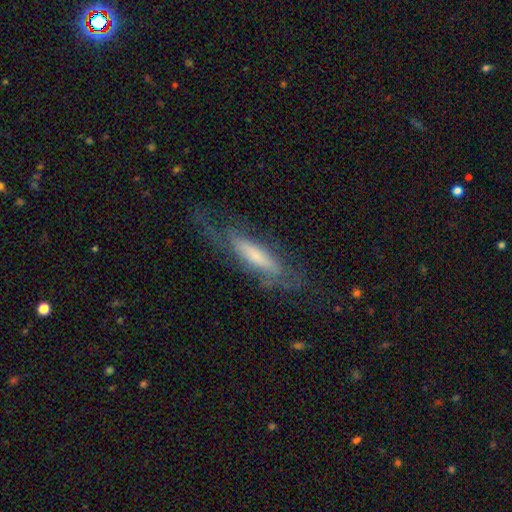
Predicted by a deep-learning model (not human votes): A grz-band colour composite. It shows a featured or disk galaxy (60%). Merging: none (58%).